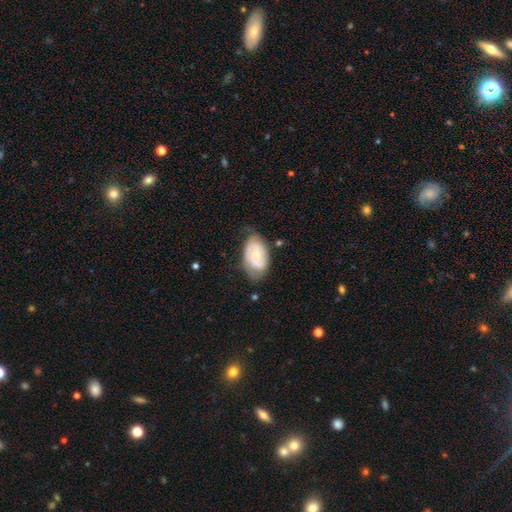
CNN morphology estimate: featured or disk 62%, smooth 32%, star or artifact 6%. Down the decision tree: edge-on disk — no (96%); bar — no (68%); spiral arms — yes (81%); bulge size — small (55%); merging — none (60%).